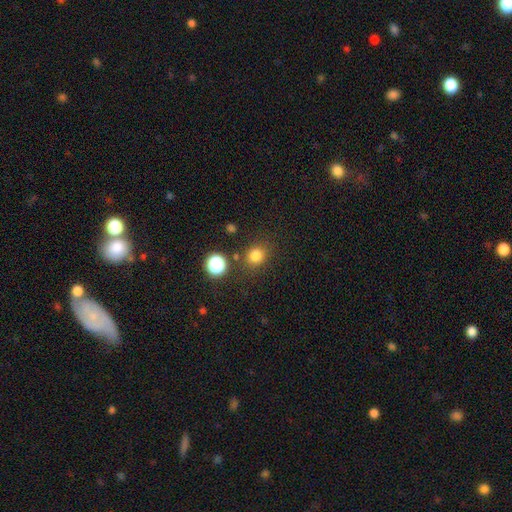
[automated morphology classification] smooth_or_featured: smooth (p=0.79) [alt: star or artifact p=0.16]
how_rounded: round (p=0.76) [alt: in between p=0.23]
merging: none (p=0.80) [alt: minor disturbance p=0.11]